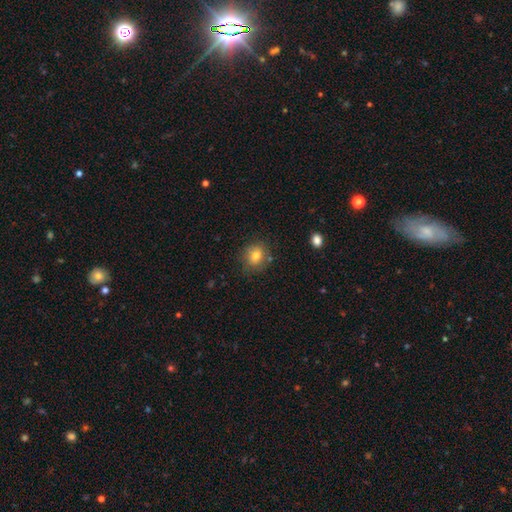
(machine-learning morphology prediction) Overall: smooth (80%). How rounded: round (70%). Merging: none (79%).